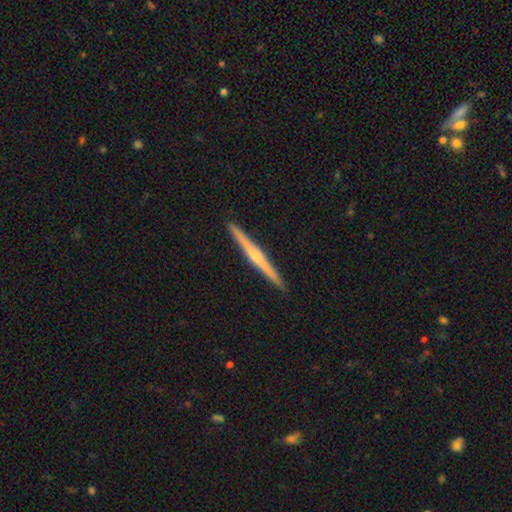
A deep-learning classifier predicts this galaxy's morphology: Smooth or featured: featured or disk — 71% (smooth — 24%)
Edge-on disk: yes — 98% (no — 2%)
Edge-on bulge: rounded — 71% (none — 21%)
Merging: none — 93% (minor disturbance — 5%)